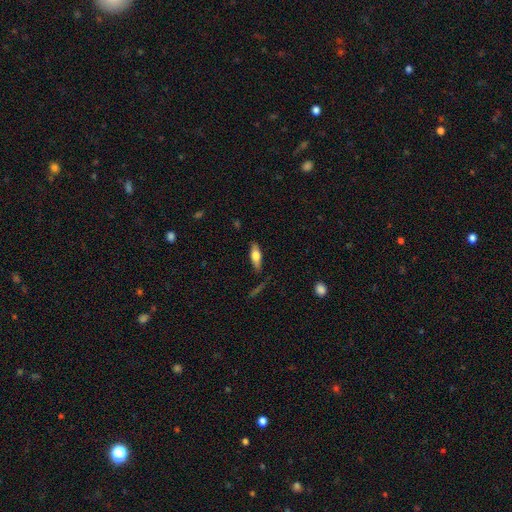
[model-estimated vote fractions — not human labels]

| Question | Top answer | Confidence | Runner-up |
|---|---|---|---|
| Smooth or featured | smooth | 60% | featured or disk (33%) |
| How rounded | in between | 60% | cigar-shaped (38%) |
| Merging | none | 78% | minor disturbance (15%) |